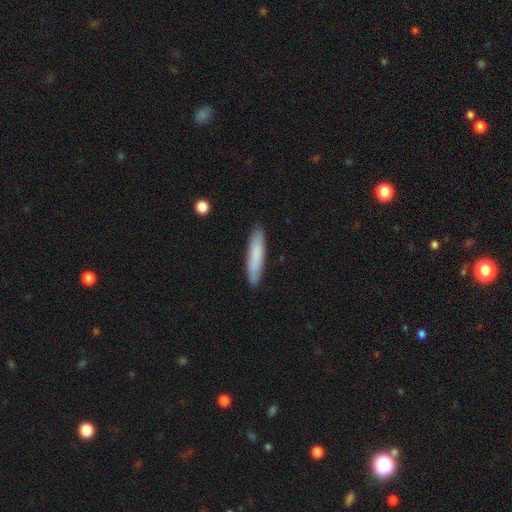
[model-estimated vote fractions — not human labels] Smooth or featured? Predicted: smooth (p=0.81). How rounded? Predicted: cigar-shaped (p=0.84). Merging? Predicted: none (p=0.88).